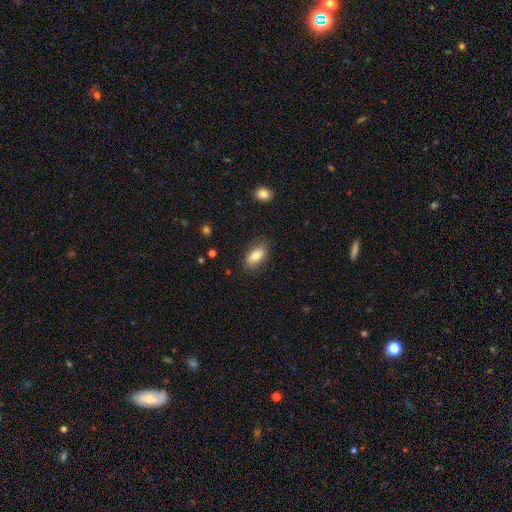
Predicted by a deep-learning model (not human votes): Smooth or featured: smooth — 77% (featured or disk — 16%)
How rounded: in between — 90% (round — 5%)
Merging: none — 81% (minor disturbance — 14%)